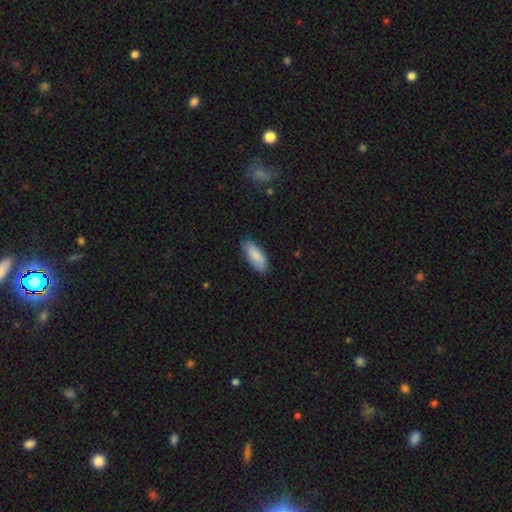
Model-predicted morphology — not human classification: Smooth or featured? Predicted: smooth (p=0.87). How rounded? Predicted: in between (p=0.76). Merging? Predicted: none (p=0.82).